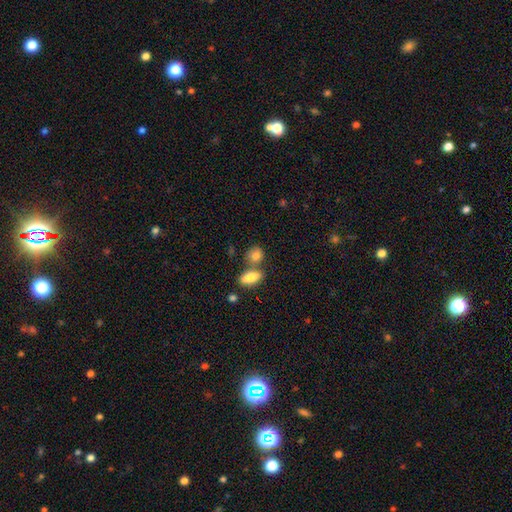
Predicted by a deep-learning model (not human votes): This is clearly a smooth galaxy (84%). How rounded: possibly round (49%). Merging: possibly none (56%).